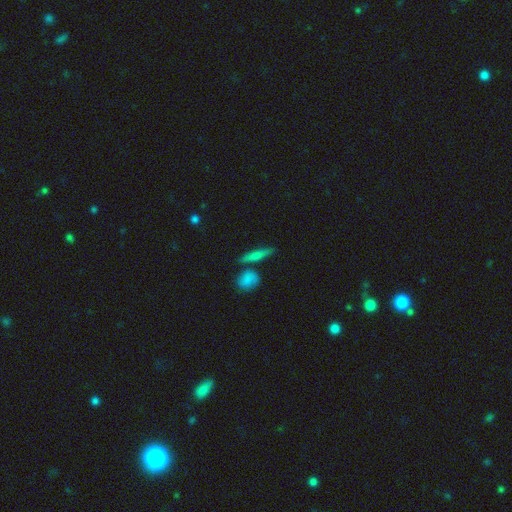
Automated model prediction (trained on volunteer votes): Smooth or featured? Predicted: smooth (p=0.63). How rounded? Predicted: cigar-shaped (p=0.74). Merging? Predicted: none (p=0.75).